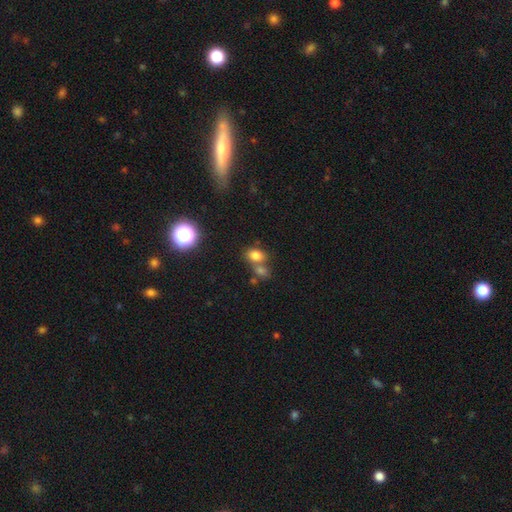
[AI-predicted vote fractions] A smooth galaxy with no disk features (78%) that is in between round and cigar-shaped (70%).

Vote fractions:
- Smooth or featured? smooth: 78% / star or artifact: 14% / featured or disk: 8%
- How rounded? in between: 70% / round: 28% / cigar-shaped: 1%
- Merging? none: 48% / merger: 37% / minor disturbance: 11% / major disturbance: 4%